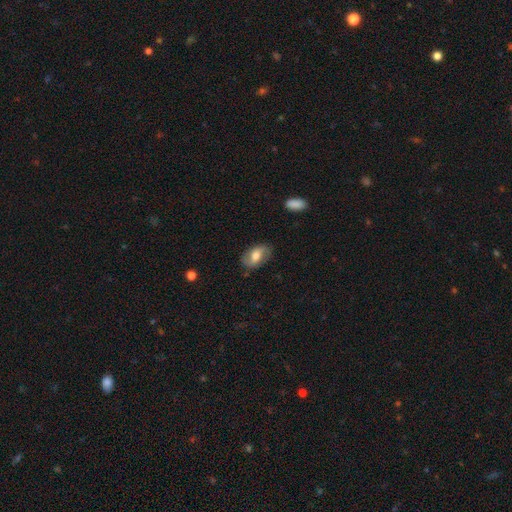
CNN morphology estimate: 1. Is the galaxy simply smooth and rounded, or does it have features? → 54% smooth, 39% featured or disk, 7% star or artifact.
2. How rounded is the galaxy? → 89% in between, 9% round, 2% cigar-shaped.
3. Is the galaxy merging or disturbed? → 78% none, 16% minor disturbance, 4% major disturbance, 1% merger.